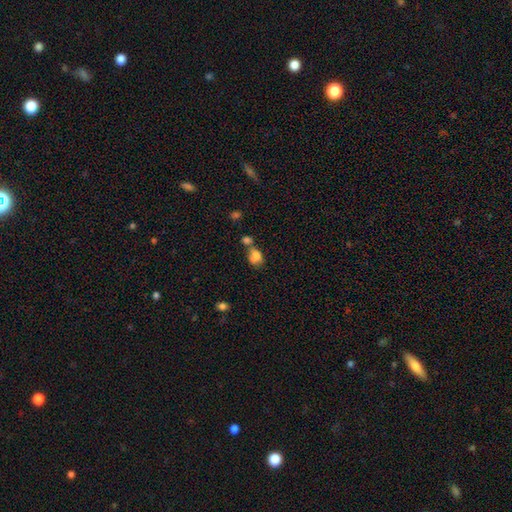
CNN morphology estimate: Smooth or featured? Predicted: smooth (p=0.76). How rounded? Predicted: in between (p=0.60). Merging? Predicted: merger (p=0.46).